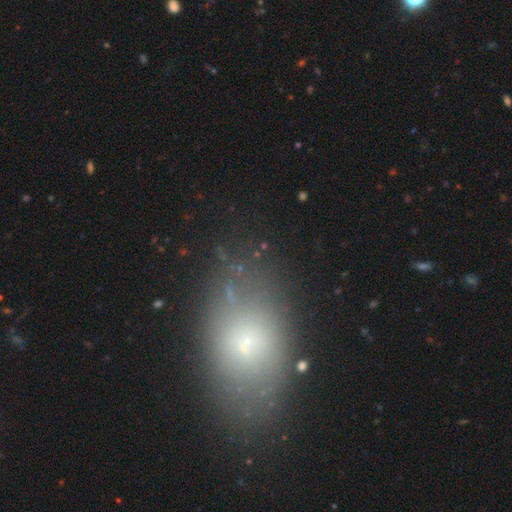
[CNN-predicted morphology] smooth_or_featured: smooth (p=0.61) [alt: featured or disk p=0.21]
how_rounded: in between (p=0.82) [alt: round p=0.14]
merging: none (p=0.74) [alt: minor disturbance p=0.17]